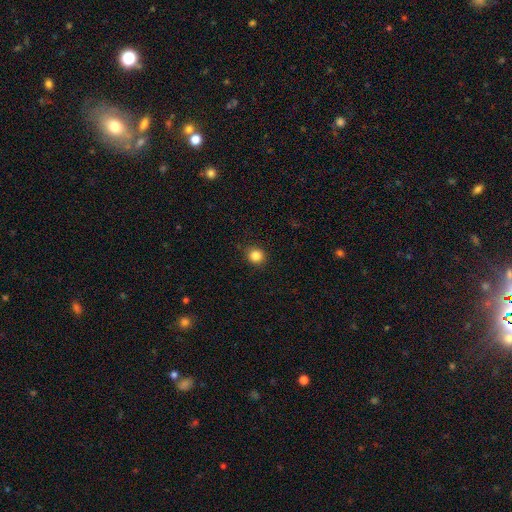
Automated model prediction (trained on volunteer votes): This is clearly a smooth galaxy (84%). How rounded: clearly round (89%). Merging: clearly none (90%).